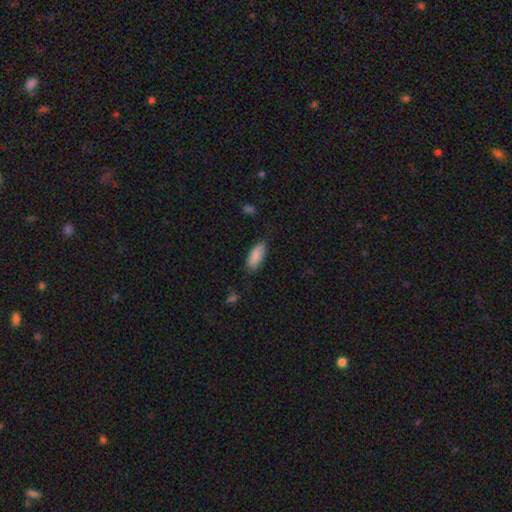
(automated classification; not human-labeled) smooth 86%, featured or disk 8%, star or artifact 6%. Down the decision tree: how rounded — in between (82%); merging — none (79%).